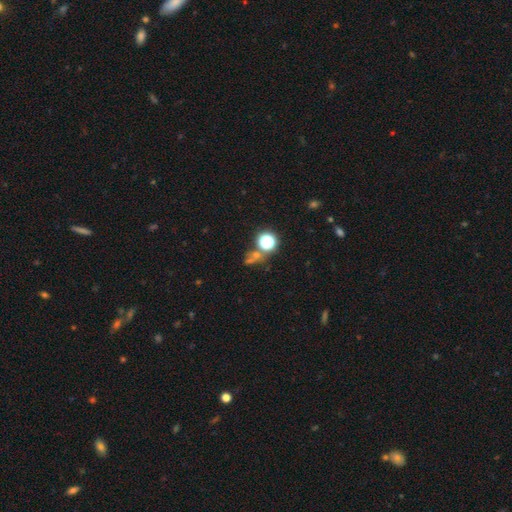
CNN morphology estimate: Q: Smooth or featured?
A: star or artifact (56%); runner-up: smooth (33%)